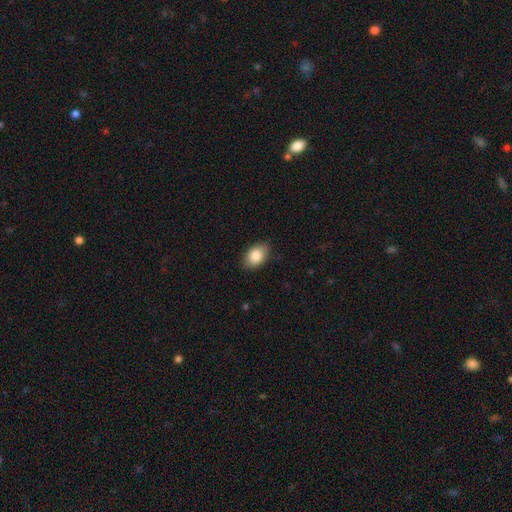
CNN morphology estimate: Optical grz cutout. It shows a smooth galaxy with no disk features (85%) that is in between round and cigar-shaped (89%). Merging: none (85%).